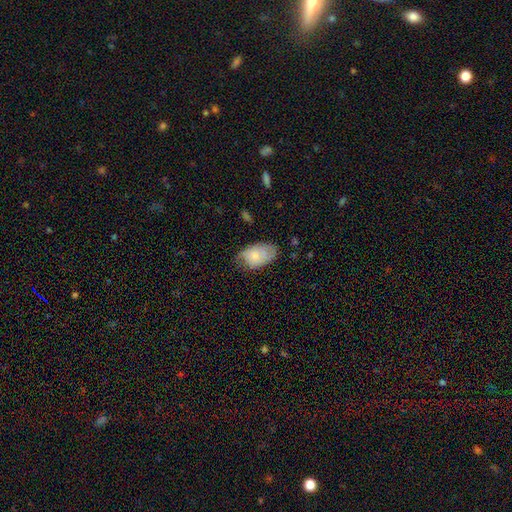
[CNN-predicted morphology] The model was most divided on "merging": none: 56%, minor disturbance: 33%, major disturbance: 10%, merger: 2%. More confident: how rounded — in between (91%); smooth or featured — smooth (62%).